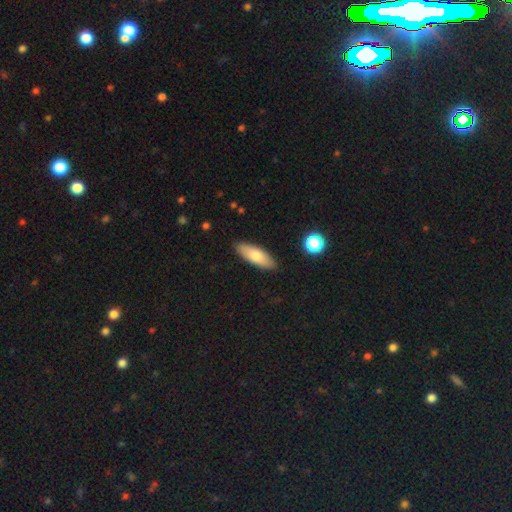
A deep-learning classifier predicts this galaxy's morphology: Smooth or featured? Predicted: smooth (p=0.76). How rounded? Predicted: in between (p=0.61). Merging? Predicted: none (p=0.87).